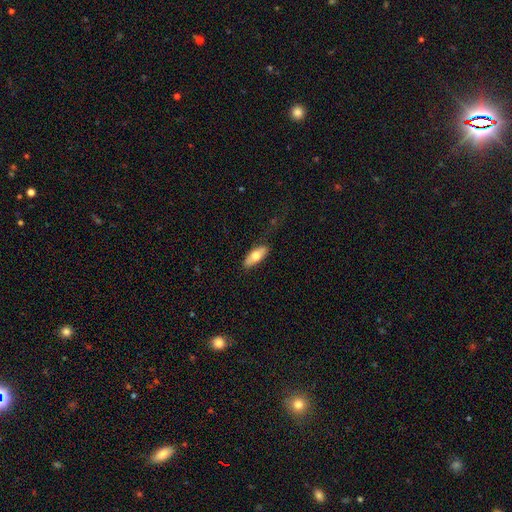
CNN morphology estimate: Smooth or featured?
  - smooth: 68% *
  - featured or disk: 26%
  - star or artifact: 6%
How rounded?
  - in between: 73% *
  - cigar-shaped: 25%
  - round: 2%
Merging?
  - none: 79% *
  - minor disturbance: 15%
  - major disturbance: 5%
  - merger: 1%